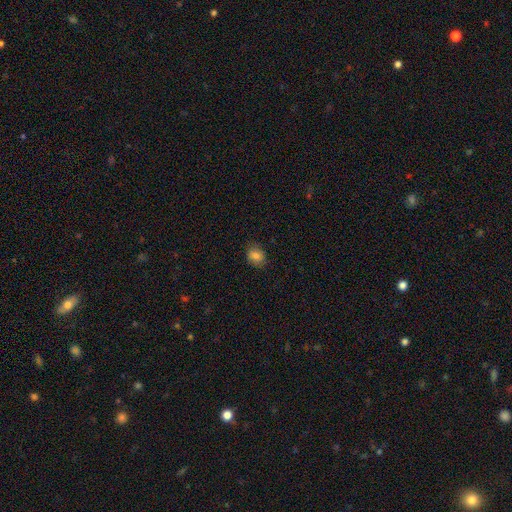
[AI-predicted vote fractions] A smooth galaxy with no disk features (81%) that is in between round and cigar-shaped (53%). Merging: none (79%).